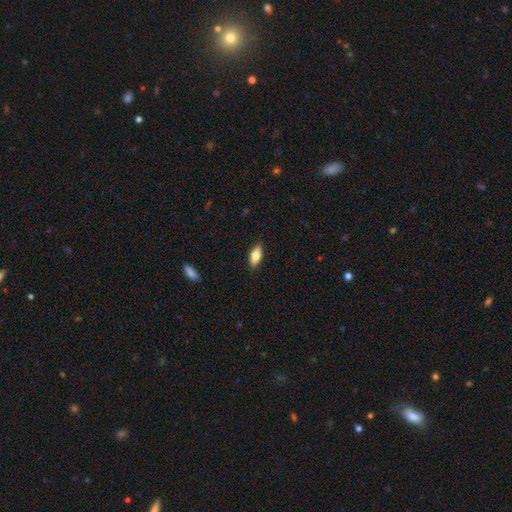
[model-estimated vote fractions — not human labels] Overall: smooth (74%). How rounded: in between (80%). Merging: none (87%).